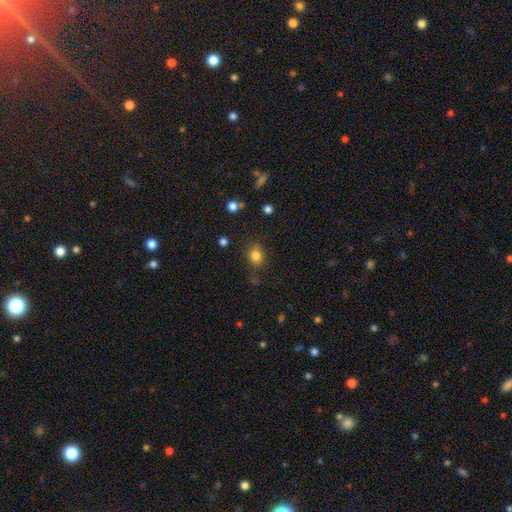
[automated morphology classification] Smooth or featured? Predicted: smooth (p=0.82). How rounded? Predicted: round (p=0.50). Merging? Predicted: none (p=0.74).